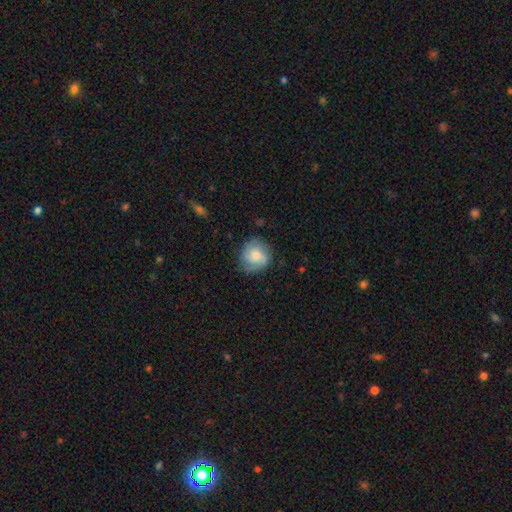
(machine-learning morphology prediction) A featured or disk galaxy (59%) with no bar (68%), 2 (39%) tight (45%) spiral arms (92%) and a moderate central bulge (41%). Merging: none (75%).